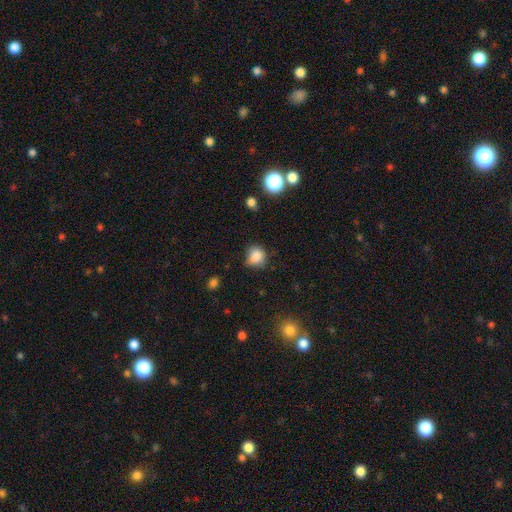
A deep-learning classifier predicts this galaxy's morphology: A smooth galaxy with no disk features (84%) that is round (77%). Merging: none (64%).